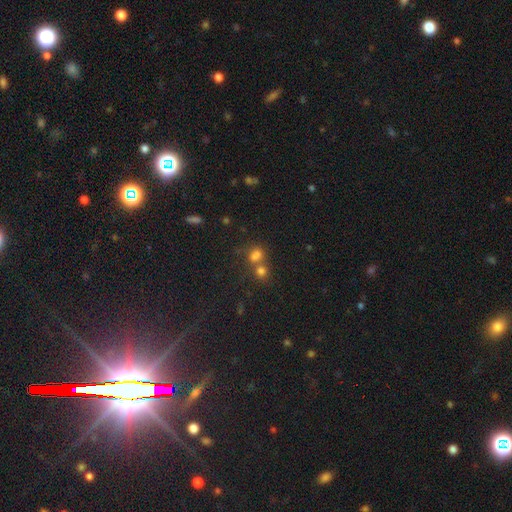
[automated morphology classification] Smooth or featured: smooth — 73% (star or artifact — 18%)
How rounded: round — 50% (in between — 48%)
Merging: merger — 50% (none — 35%)